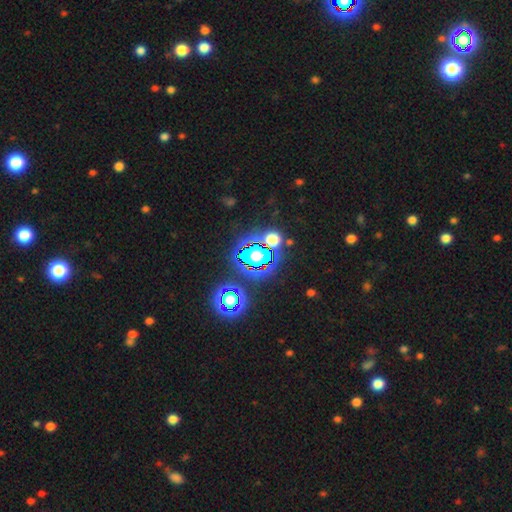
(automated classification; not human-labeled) The model was most divided on "smooth or featured": star or artifact: 60%, smooth: 27%, featured or disk: 13%.